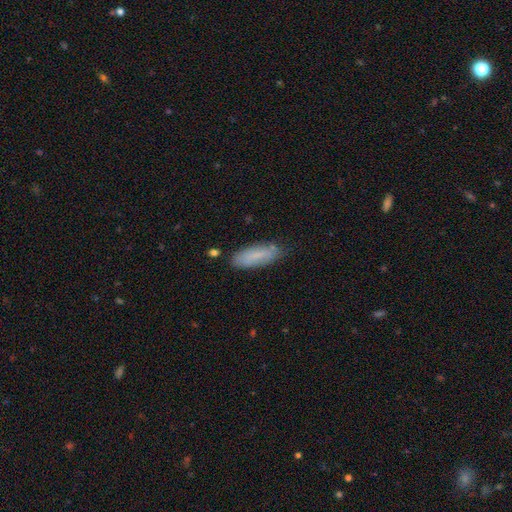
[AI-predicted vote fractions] A smooth galaxy with no disk features (75%) that is in between round and cigar-shaped (55%). Merging: none (76%).